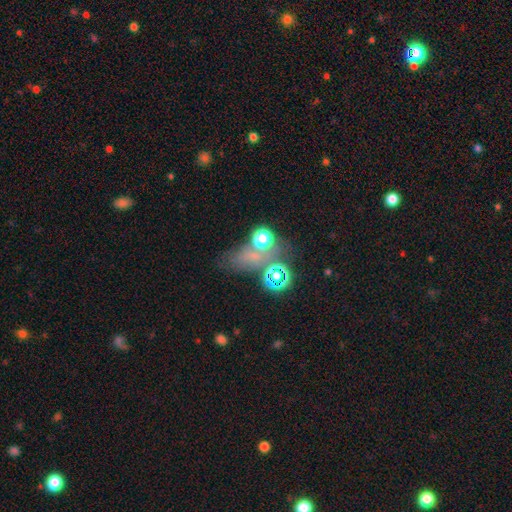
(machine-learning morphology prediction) smooth_or_featured: star or artifact (p=0.47) [alt: smooth p=0.38]